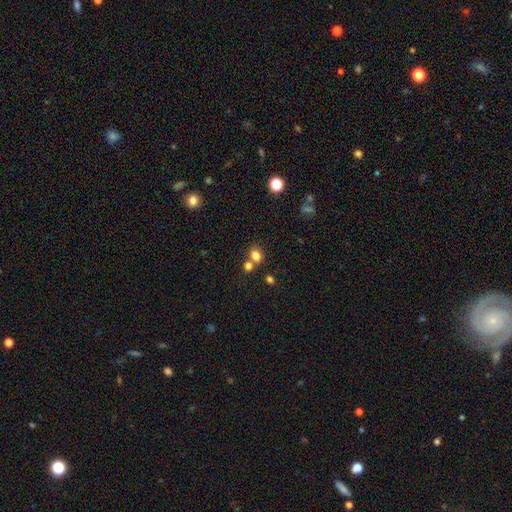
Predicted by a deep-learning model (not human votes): Smooth or featured: smooth — 79% (star or artifact — 13%)
How rounded: in between — 53% (round — 45%)
Merging: none — 54% (merger — 33%)